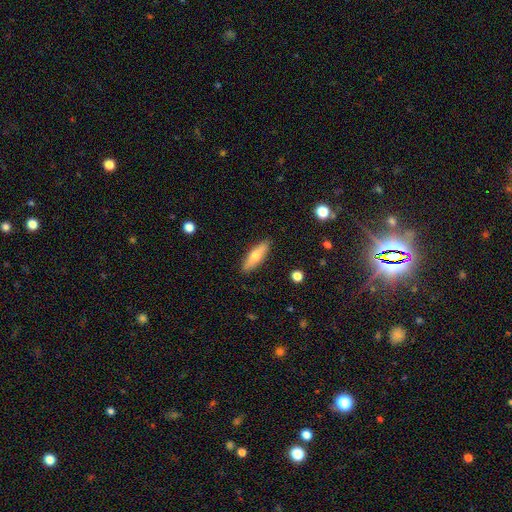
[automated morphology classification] Smooth or featured? Predicted: smooth (p=0.63). How rounded? Predicted: cigar-shaped (p=0.59). Merging? Predicted: none (p=0.88).